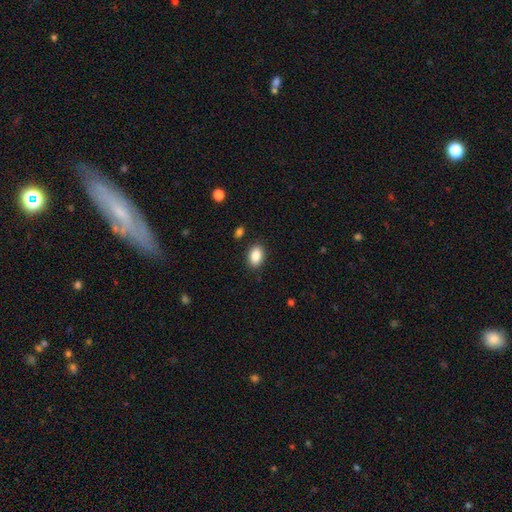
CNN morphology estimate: Smooth or featured? Predicted: smooth (p=0.87). How rounded? Predicted: in between (p=0.83). Merging? Predicted: none (p=0.87).